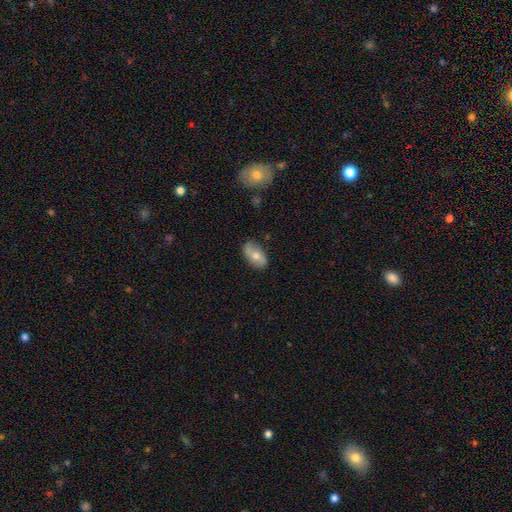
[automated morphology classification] The model was most divided on "smooth or featured": smooth: 55%, featured or disk: 37%, star or artifact: 8%. More confident: how rounded — in between (91%); merging — none (76%).